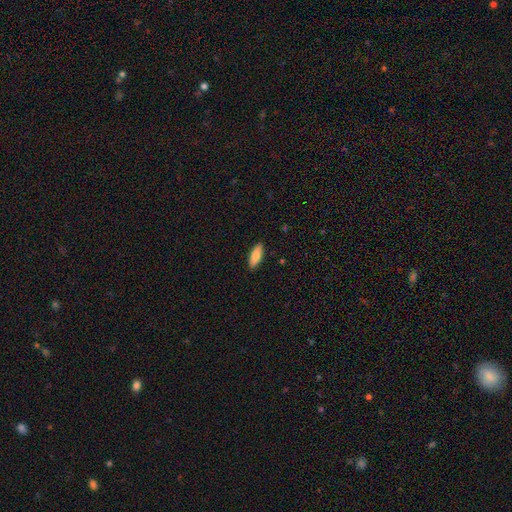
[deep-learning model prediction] This appears to be a smooth galaxy with no disk features (83%) that is in between round and cigar-shaped (67%). Merging: none (89%).